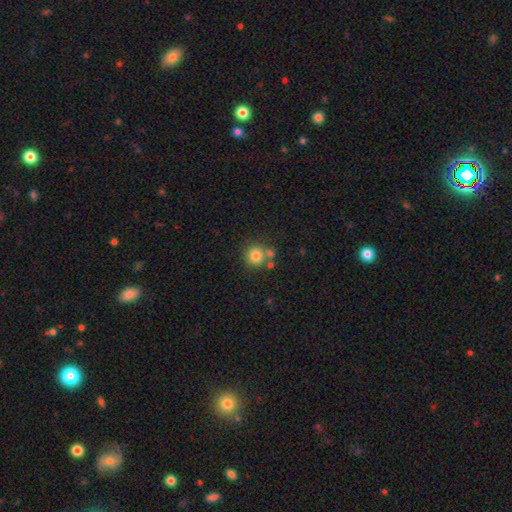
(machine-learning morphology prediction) Smooth or featured?
  - smooth: 80% *
  - star or artifact: 12%
  - featured or disk: 8%
How rounded?
  - round: 92% *
  - in between: 7%
  - cigar-shaped: 1%
Merging?
  - none: 67% *
  - merger: 21%
  - minor disturbance: 9%
  - major disturbance: 3%